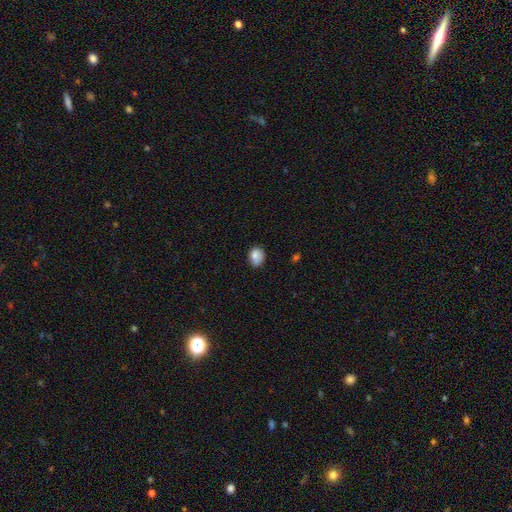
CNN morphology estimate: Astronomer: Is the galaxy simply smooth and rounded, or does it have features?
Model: smooth — 80%.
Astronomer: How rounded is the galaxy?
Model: in between — 54% (runner-up: round, 45%).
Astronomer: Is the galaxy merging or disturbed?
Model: none — 60%.